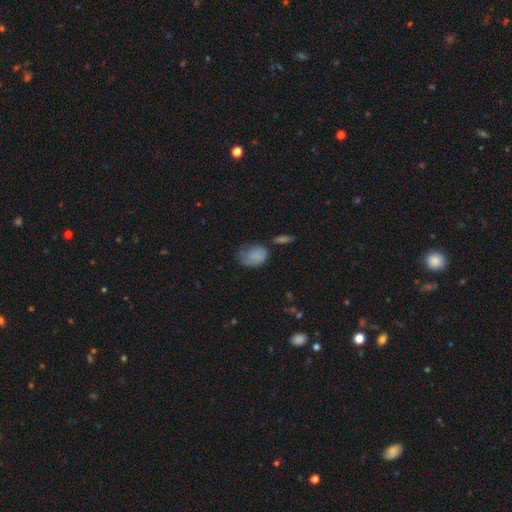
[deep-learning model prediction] smooth-or-featured: smooth: 78% | featured or disk: 13% | star or artifact: 9%
  how-rounded: in between: 74% | round: 25% | cigar-shaped: 1%
  merging: none: 43% | minor disturbance: 34% | major disturbance: 17% | merger: 6%